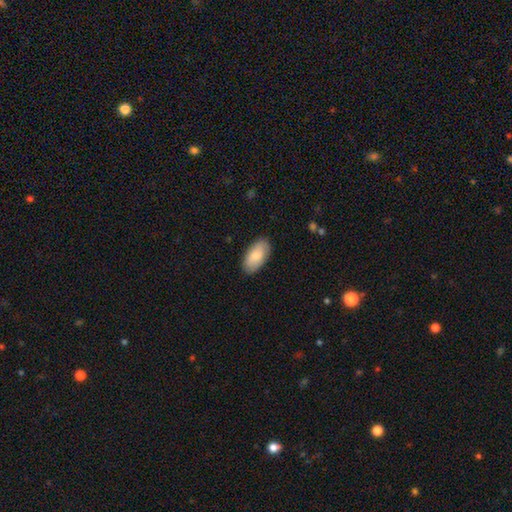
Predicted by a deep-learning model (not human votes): A smooth galaxy with no disk features (80%) that is in between round and cigar-shaped (94%). Merging: none (87%).